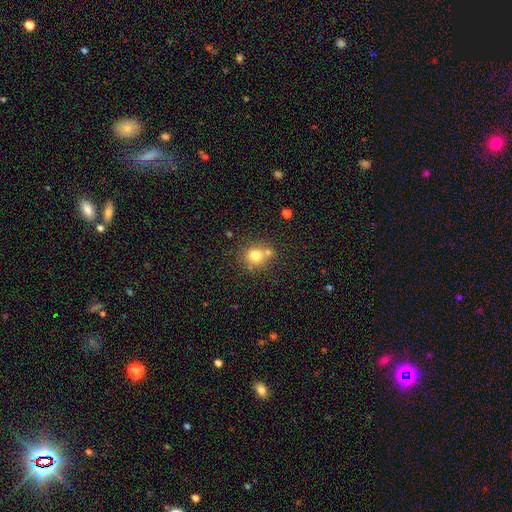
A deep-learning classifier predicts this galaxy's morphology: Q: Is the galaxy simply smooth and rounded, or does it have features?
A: smooth — 76%.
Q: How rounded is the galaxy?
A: round — 84%.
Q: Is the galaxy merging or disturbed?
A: none — 61%.